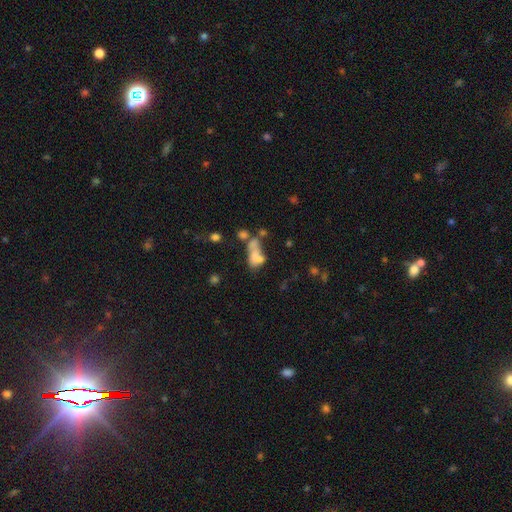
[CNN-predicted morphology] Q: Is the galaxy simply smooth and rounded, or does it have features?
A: smooth — 57%.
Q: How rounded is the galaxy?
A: in between — 74%.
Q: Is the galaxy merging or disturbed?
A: merger — 49%.